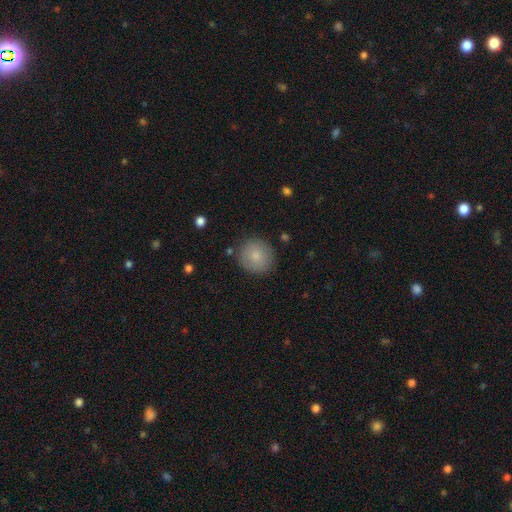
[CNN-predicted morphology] Smooth or featured? smooth (83%)
How rounded? round (90%)
Merging? none (86%)